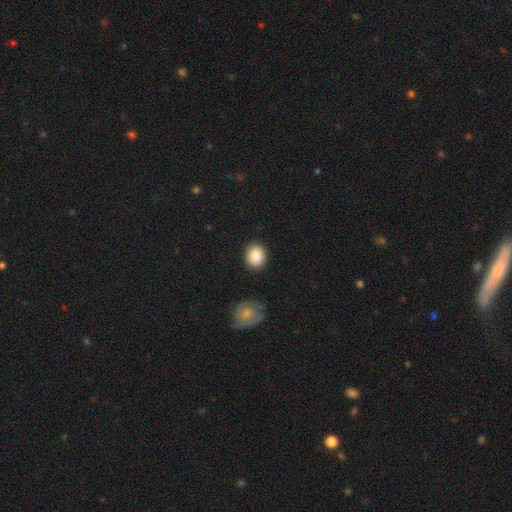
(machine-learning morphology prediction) Smooth or featured: smooth — 87% (star or artifact — 7%)
How rounded: round — 64% (in between — 35%)
Merging: none — 87% (minor disturbance — 9%)